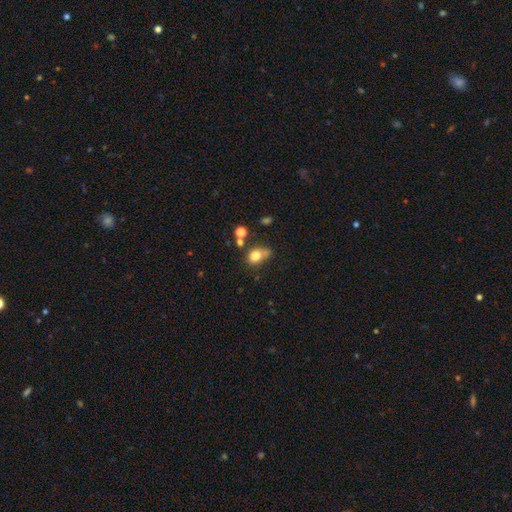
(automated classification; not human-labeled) Smooth or featured? smooth (79%)
How rounded? in between (53%)
Merging? none (44%)